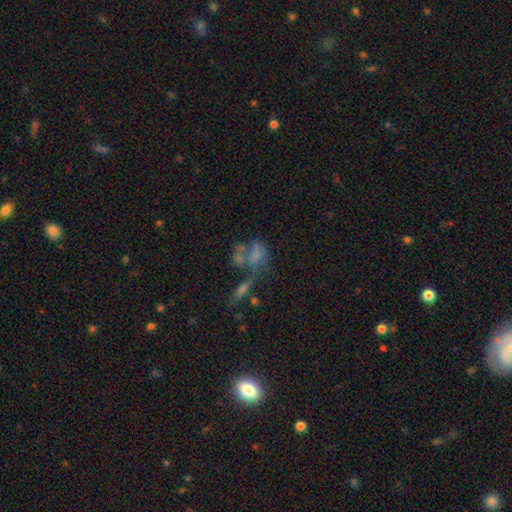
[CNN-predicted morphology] Smooth or featured? Predicted: smooth (p=0.53). How rounded? Predicted: in between (p=0.68). Merging? Predicted: merger (p=0.43).